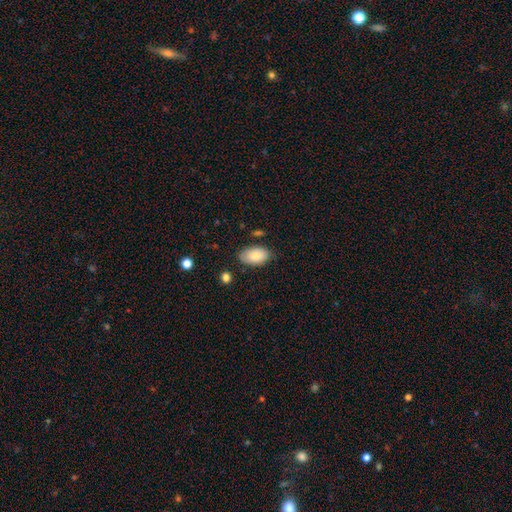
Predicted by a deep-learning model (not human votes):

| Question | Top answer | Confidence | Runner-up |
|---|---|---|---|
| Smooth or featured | smooth | 81% | featured or disk (12%) |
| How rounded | in between | 94% | round (5%) |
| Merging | none | 77% | minor disturbance (18%) |